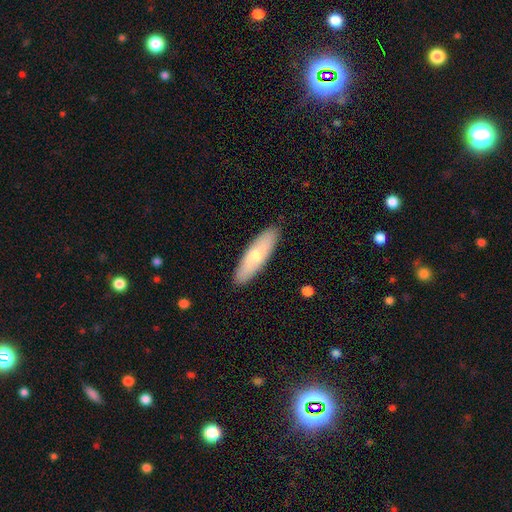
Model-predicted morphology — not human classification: Smooth or featured? Predicted: smooth (p=0.66). How rounded? Predicted: cigar-shaped (p=0.55). Merging? Predicted: none (p=0.89).